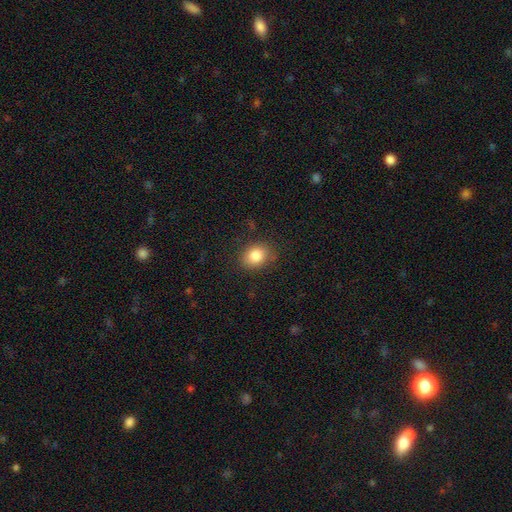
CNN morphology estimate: Smooth or featured? smooth (84%)
How rounded? in between (58%)
Merging? none (83%)